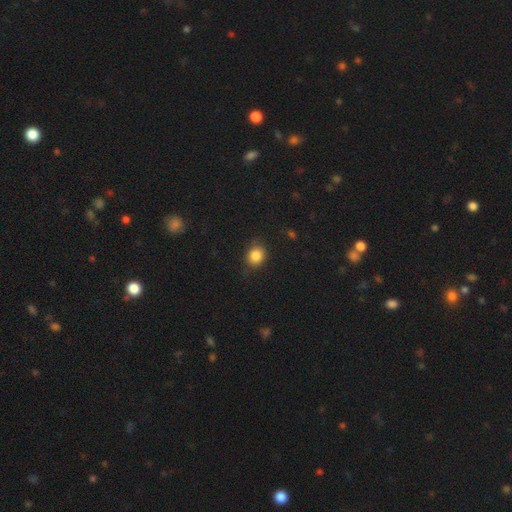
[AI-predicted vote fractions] Smooth or featured? Predicted: smooth (p=0.84). How rounded? Predicted: round (p=0.67). Merging? Predicted: none (p=0.74).